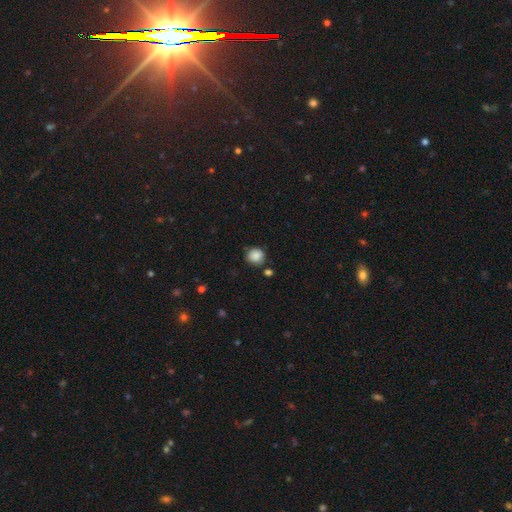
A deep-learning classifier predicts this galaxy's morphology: smooth 87%, star or artifact 9%, featured or disk 4%. Down the decision tree: how rounded — round (88%); merging — none (78%).